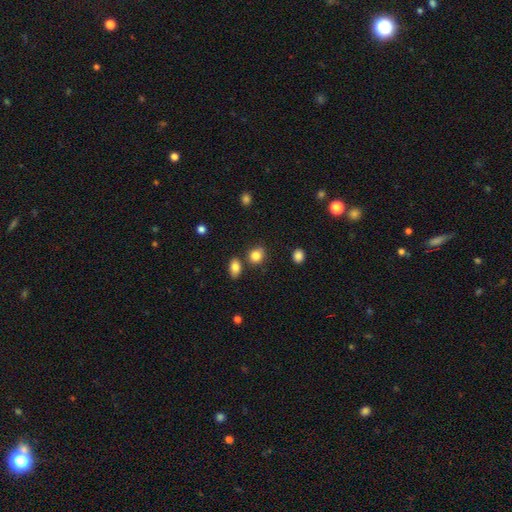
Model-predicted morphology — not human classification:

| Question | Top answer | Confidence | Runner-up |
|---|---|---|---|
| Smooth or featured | smooth | 84% | star or artifact (10%) |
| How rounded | round | 66% | in between (33%) |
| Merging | none | 73% | minor disturbance (13%) |